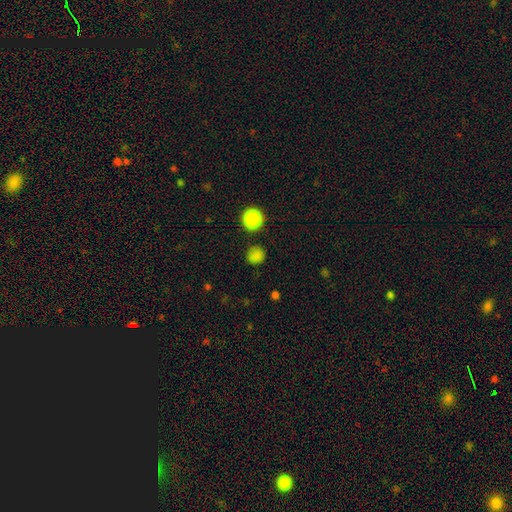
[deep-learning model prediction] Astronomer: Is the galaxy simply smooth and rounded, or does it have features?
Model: smooth — 76%.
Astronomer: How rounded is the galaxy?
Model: round — 87%.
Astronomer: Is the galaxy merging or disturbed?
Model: none — 83%.